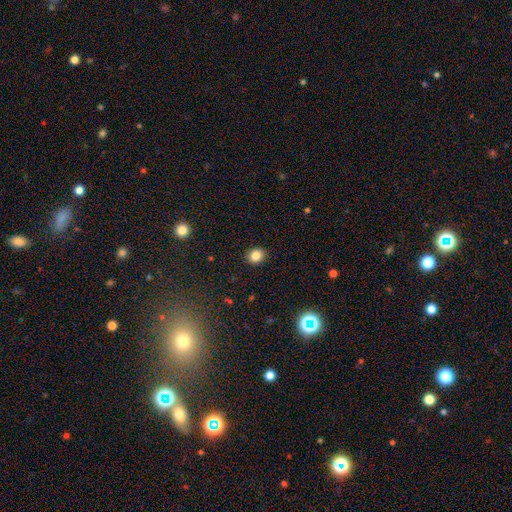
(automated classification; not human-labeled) Smooth or featured? Predicted: smooth (p=0.84). How rounded? Predicted: round (p=0.64). Merging? Predicted: none (p=0.90).